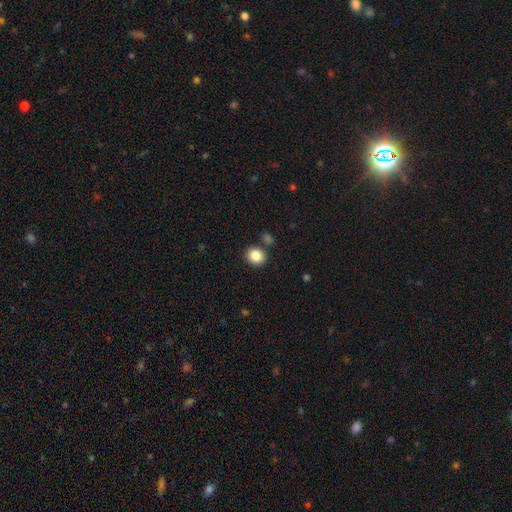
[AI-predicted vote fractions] Smooth or featured? Predicted: smooth (p=0.85). How rounded? Predicted: round (p=0.74). Merging? Predicted: none (p=0.82).